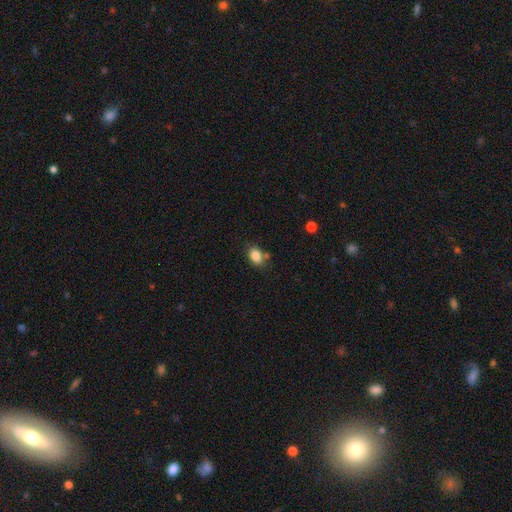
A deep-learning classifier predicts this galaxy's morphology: This is clearly a smooth galaxy (84%). How rounded: likely in between (79%). Merging: likely none (69%).